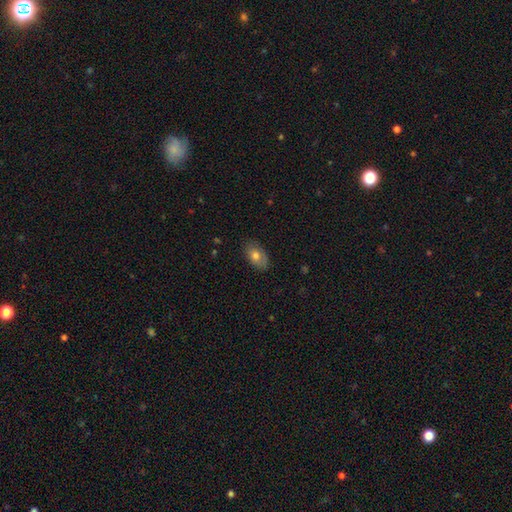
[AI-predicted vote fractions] smooth-or-featured: smooth: 76% | featured or disk: 17% | star or artifact: 7%
  how-rounded: in between: 90% | round: 8% | cigar-shaped: 1%
  merging: none: 79% | minor disturbance: 17% | major disturbance: 3% | merger: 1%